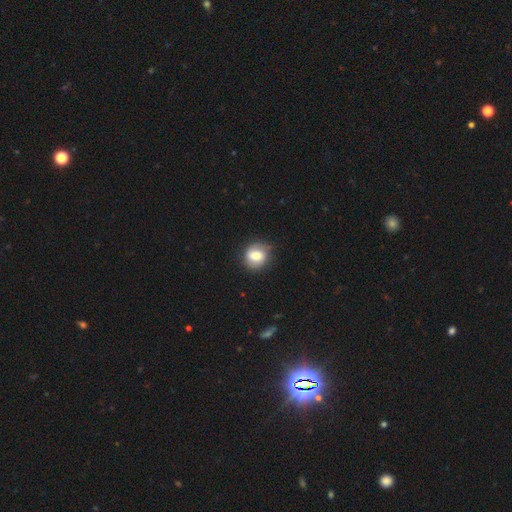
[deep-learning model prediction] Q: Smooth or featured?
A: smooth (68%); runner-up: featured or disk (24%)
Q: How rounded?
A: round (77%); runner-up: in between (22%)
Q: Merging?
A: none (77%); runner-up: minor disturbance (17%)